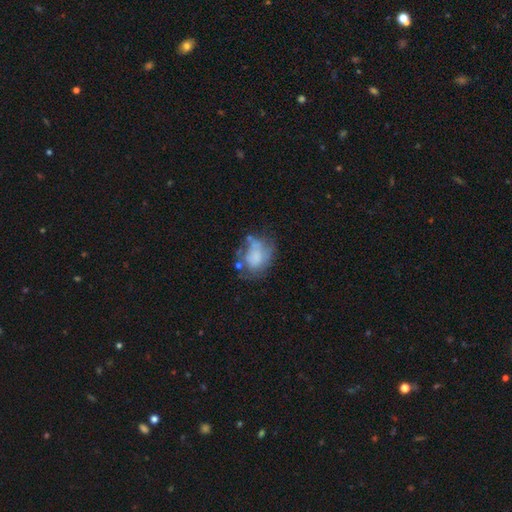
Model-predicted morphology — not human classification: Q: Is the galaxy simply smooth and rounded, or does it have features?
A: smooth — 50%.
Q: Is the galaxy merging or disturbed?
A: none — 37%.